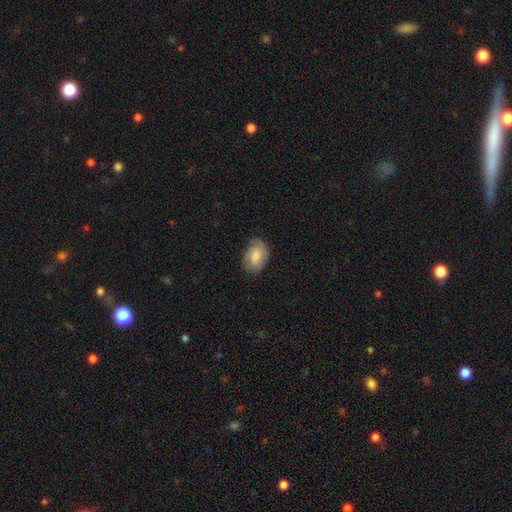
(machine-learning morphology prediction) smooth_or_featured: smooth (p=0.76) [alt: featured or disk p=0.17]
how_rounded: in between (p=0.87) [alt: round p=0.12]
merging: none (p=0.78) [alt: minor disturbance p=0.17]